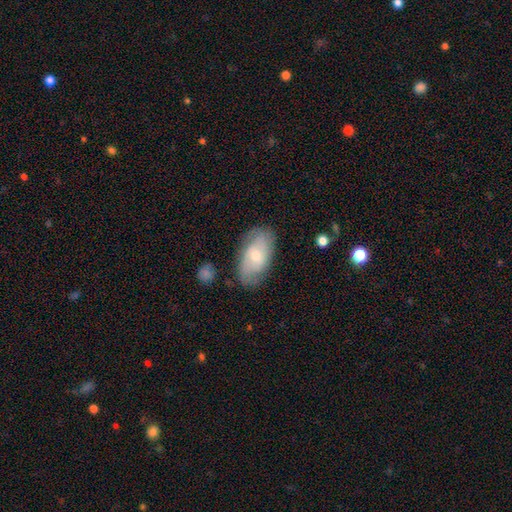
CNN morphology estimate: Smooth or featured?
  - smooth: 48% *
  - featured or disk: 45%
  - star or artifact: 7%
Merging?
  - none: 75% *
  - minor disturbance: 18%
  - major disturbance: 5%
  - merger: 2%